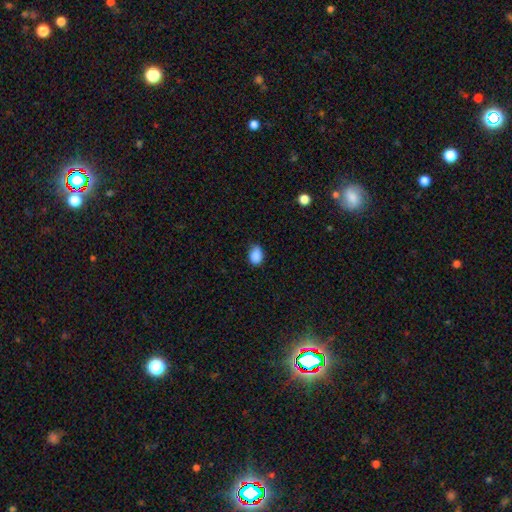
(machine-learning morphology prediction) smooth-or-featured: smooth: 88% | star or artifact: 9% | featured or disk: 3%
  how-rounded: in between: 74% | round: 25% | cigar-shaped: 1%
  merging: none: 74% | minor disturbance: 22% | major disturbance: 3% | merger: 1%